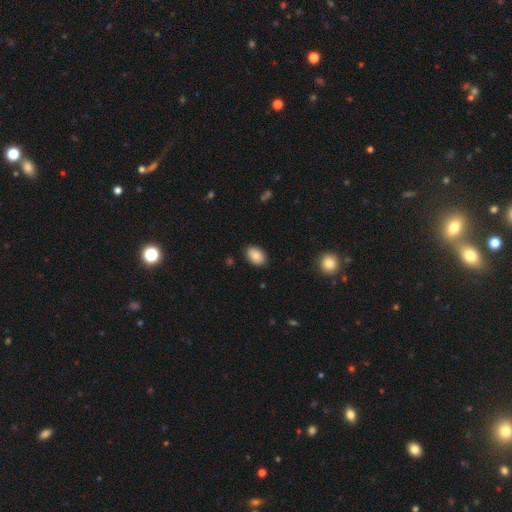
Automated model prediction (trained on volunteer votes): smooth-or-featured: smooth: 86% | star or artifact: 8% | featured or disk: 6%
  how-rounded: in between: 85% | round: 14% | cigar-shaped: 1%
  merging: none: 88% | minor disturbance: 9% | major disturbance: 2% | merger: 1%